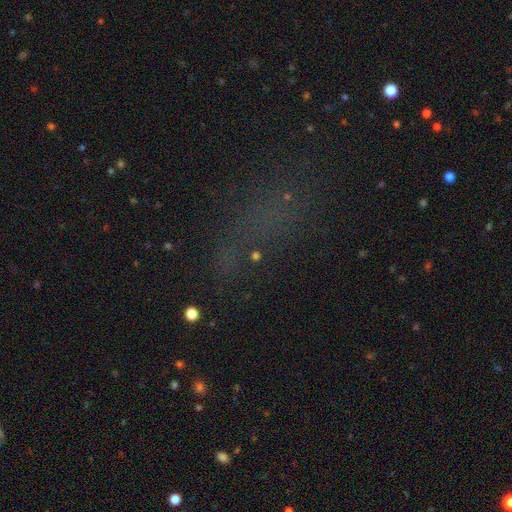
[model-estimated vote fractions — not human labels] Smooth or featured? Predicted: star or artifact (p=0.56).